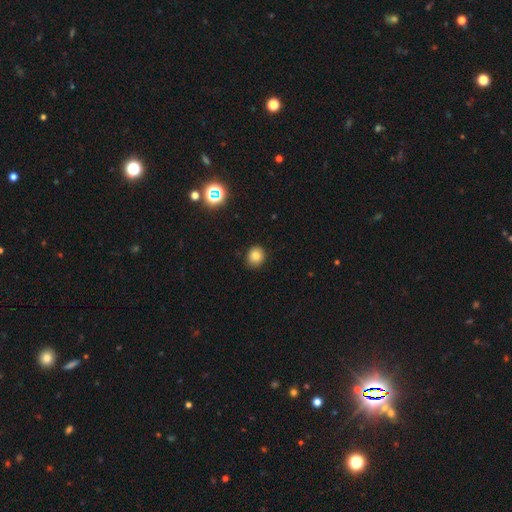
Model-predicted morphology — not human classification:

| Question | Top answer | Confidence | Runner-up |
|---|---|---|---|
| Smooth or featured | smooth | 80% | star or artifact (13%) |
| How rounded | round | 75% | in between (24%) |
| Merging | none | 85% | minor disturbance (12%) |